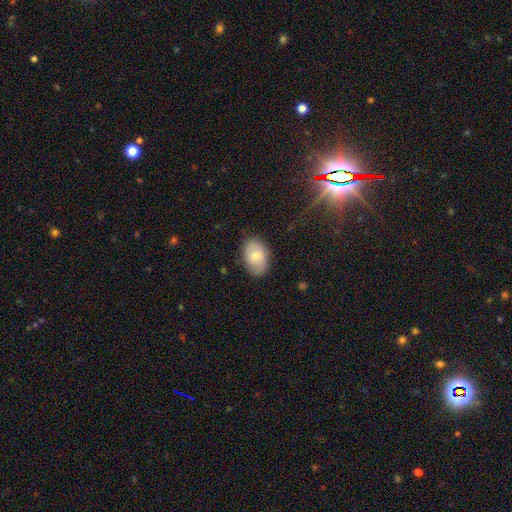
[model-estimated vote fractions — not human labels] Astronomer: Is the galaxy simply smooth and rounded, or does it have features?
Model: smooth — 68%.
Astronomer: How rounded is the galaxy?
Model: in between — 86%.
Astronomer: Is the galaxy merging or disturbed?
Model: none — 80%.